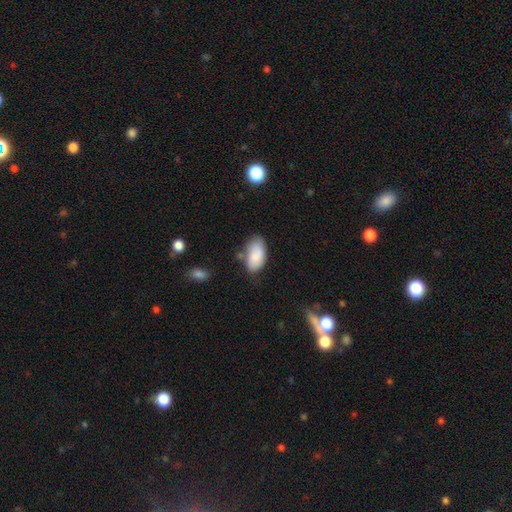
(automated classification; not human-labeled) Smooth or featured?
  - smooth: 84% *
  - featured or disk: 9%
  - star or artifact: 7%
How rounded?
  - in between: 95% *
  - round: 3%
  - cigar-shaped: 2%
Merging?
  - none: 63% *
  - minor disturbance: 25%
  - merger: 6%
  - major disturbance: 6%